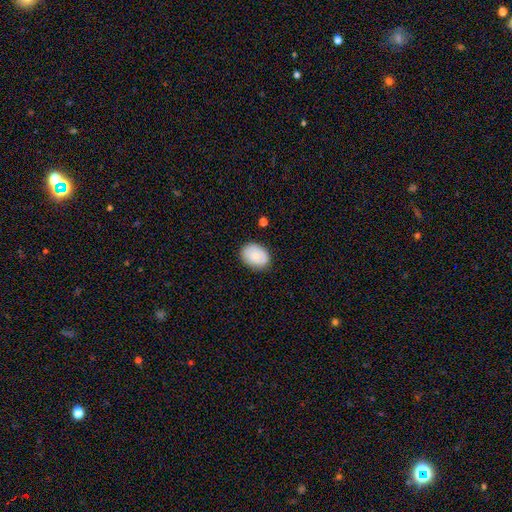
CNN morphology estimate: A smooth galaxy with no disk features (79%) that is in between round and cigar-shaped (74%). Merging: none (83%).